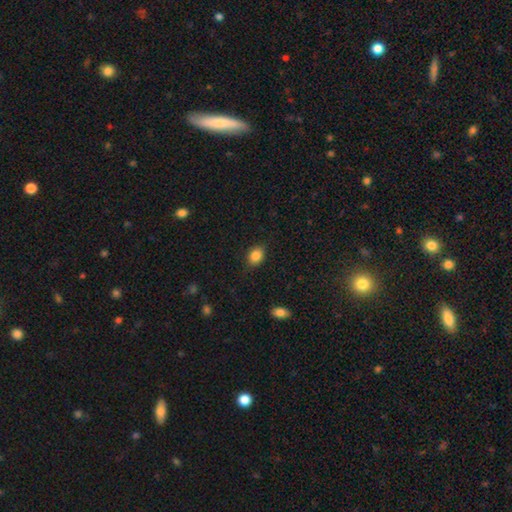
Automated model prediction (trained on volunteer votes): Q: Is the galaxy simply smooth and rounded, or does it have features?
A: smooth — 86%.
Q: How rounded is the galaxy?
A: in between — 62%.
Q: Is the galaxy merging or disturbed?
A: none — 84%.